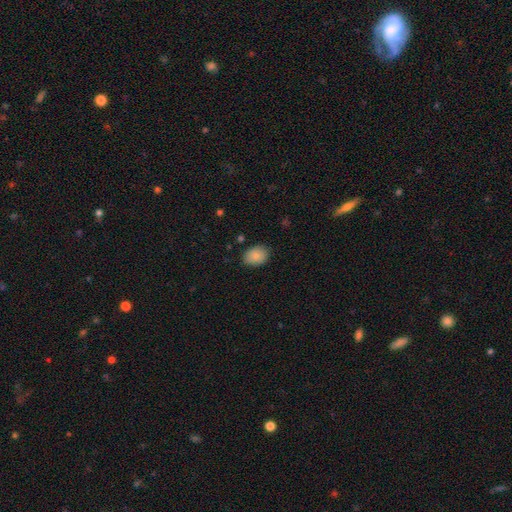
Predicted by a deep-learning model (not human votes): A smooth galaxy with no disk features (84%) that is in between round and cigar-shaped (72%).

Vote fractions:
- Smooth or featured? smooth: 84% / featured or disk: 9% / star or artifact: 7%
- How rounded? in between: 72% / round: 27% / cigar-shaped: 1%
- Merging? none: 83% / minor disturbance: 13% / major disturbance: 3% / merger: 1%